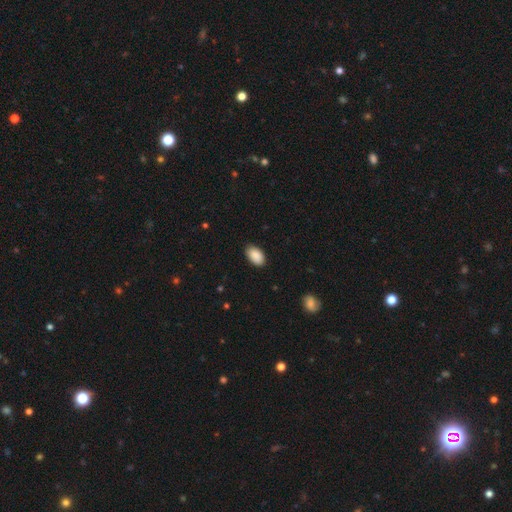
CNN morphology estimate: Smooth or featured? Predicted: smooth (p=0.90). How rounded? Predicted: in between (p=0.93). Merging? Predicted: none (p=0.88).